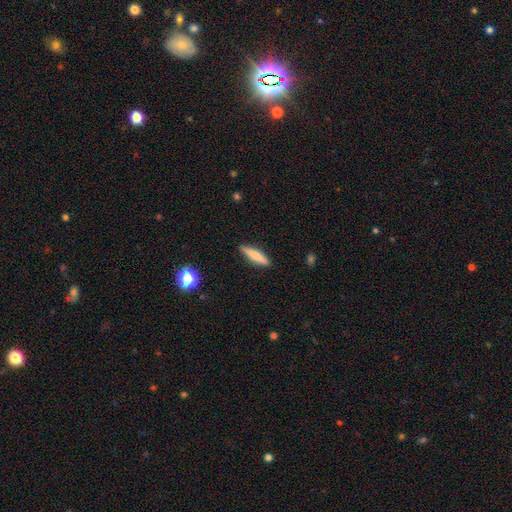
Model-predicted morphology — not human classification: A smooth galaxy with no disk features (74%) that is cigar-shaped (82%).

Vote fractions:
- Smooth or featured? smooth: 74% / featured or disk: 20% / star or artifact: 7%
- How rounded? cigar-shaped: 82% / in between: 17% / round: 2%
- Merging? none: 89% / minor disturbance: 8% / major disturbance: 2% / merger: 1%